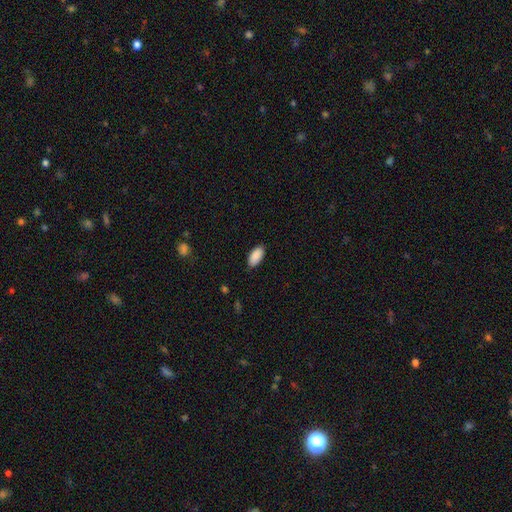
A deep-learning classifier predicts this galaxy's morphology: A smooth galaxy with no disk features (90%) that is in between round and cigar-shaped (94%).

Vote fractions:
- Smooth or featured? smooth: 90% / star or artifact: 6% / featured or disk: 4%
- How rounded? in between: 94% / cigar-shaped: 4% / round: 2%
- Merging? none: 85% / minor disturbance: 12% / major disturbance: 2% / merger: 1%